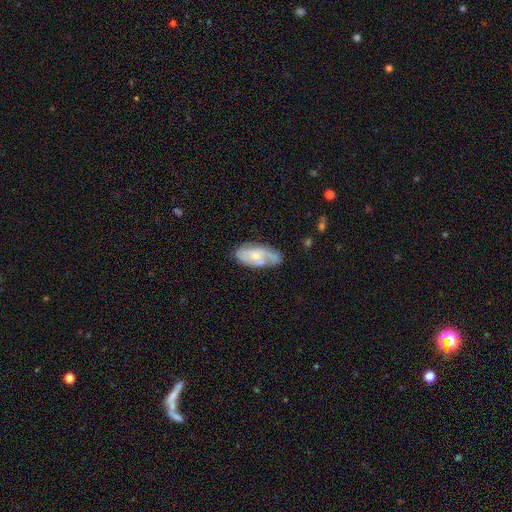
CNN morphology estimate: A featured or disk galaxy (57%) with no bar (73%), spiral arms (76%) and a small central bulge (55%). Merging: none (56%).